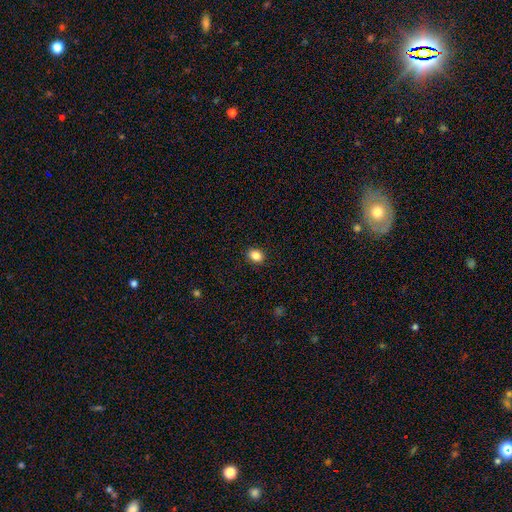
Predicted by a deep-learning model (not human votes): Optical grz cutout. It shows a smooth galaxy with no disk features (85%) that is round (52%). Merging: none (91%).